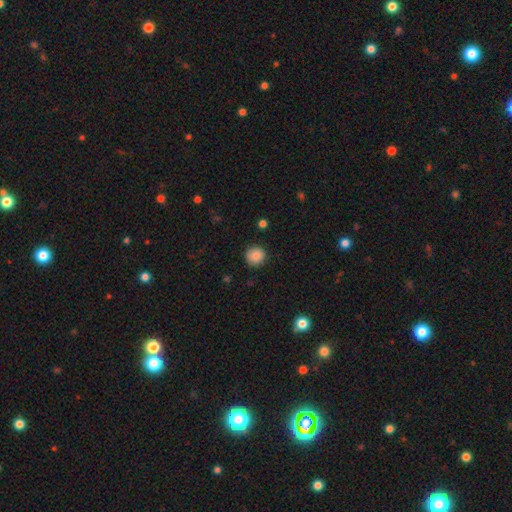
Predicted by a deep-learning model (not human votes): Smooth or featured? smooth (85%)
How rounded? round (94%)
Merging? none (90%)